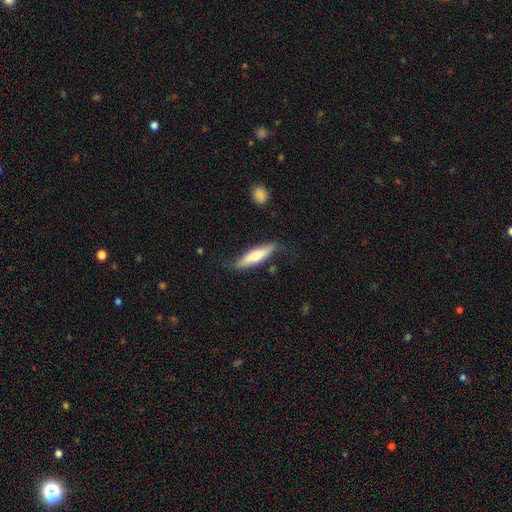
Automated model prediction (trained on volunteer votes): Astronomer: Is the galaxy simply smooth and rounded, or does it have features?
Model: smooth — 57% (runner-up: featured or disk, 37%).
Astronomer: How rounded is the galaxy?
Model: cigar-shaped — 68%.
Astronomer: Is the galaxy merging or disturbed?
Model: none — 71%.